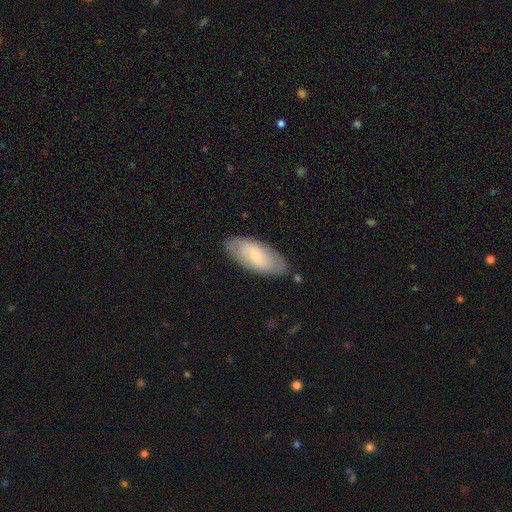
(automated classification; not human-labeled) Q: Smooth or featured?
A: smooth (48%); runner-up: featured or disk (46%)
Q: Merging?
A: none (82%); runner-up: minor disturbance (13%)